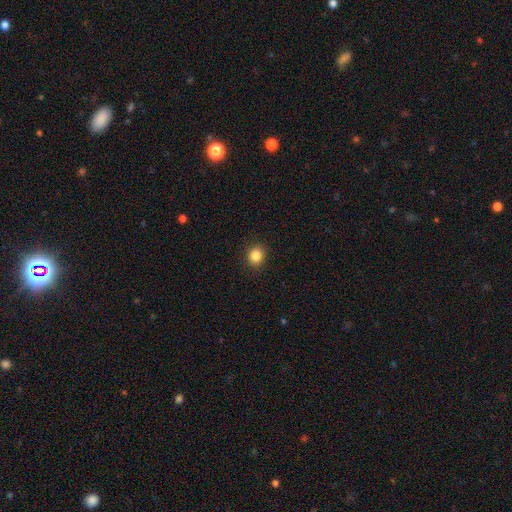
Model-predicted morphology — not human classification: type=smooth (85%); roundness=round (79%); merging=none (90%).